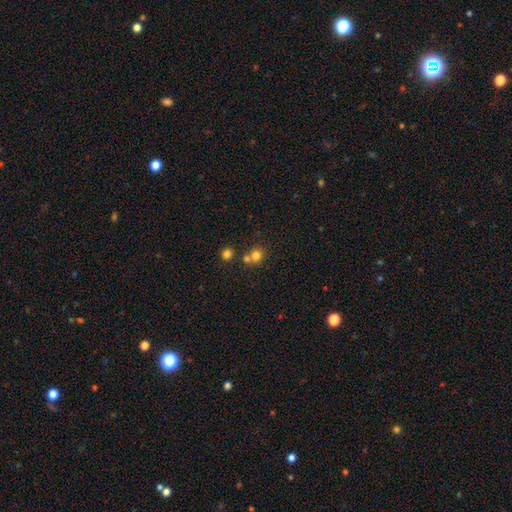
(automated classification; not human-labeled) smooth-or-featured: smooth: 77% | star or artifact: 14% | featured or disk: 9%
  how-rounded: round: 83% | in between: 16% | cigar-shaped: 1%
  merging: none: 52% | merger: 38% | minor disturbance: 7% | major disturbance: 3%